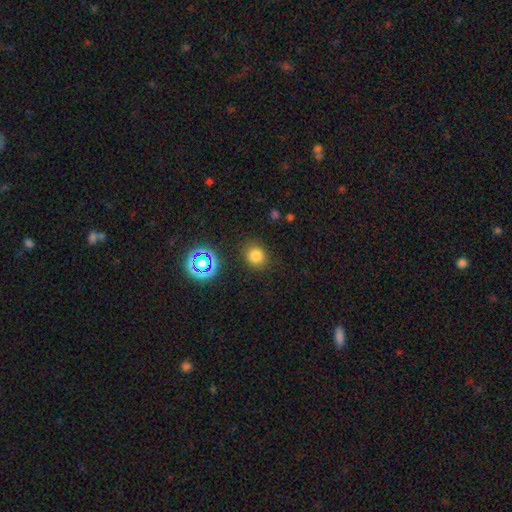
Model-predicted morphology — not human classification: Smooth or featured?
  - smooth: 76% *
  - star or artifact: 17%
  - featured or disk: 6%
How rounded?
  - round: 79% *
  - in between: 20%
  - cigar-shaped: 1%
Merging?
  - none: 85% *
  - minor disturbance: 10%
  - major disturbance: 3%
  - merger: 2%